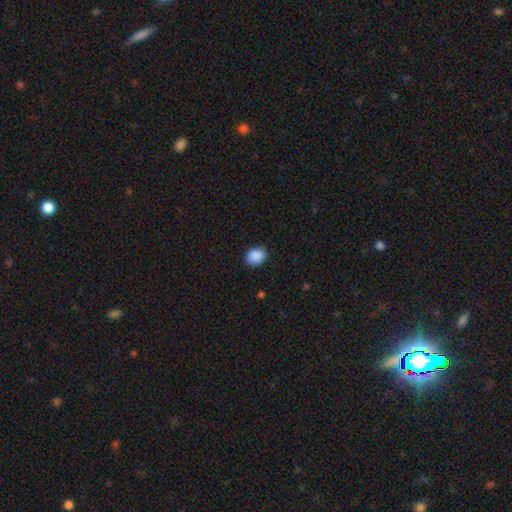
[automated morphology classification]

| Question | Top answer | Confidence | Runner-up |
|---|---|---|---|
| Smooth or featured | smooth | 89% | star or artifact (8%) |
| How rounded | round | 54% | in between (45%) |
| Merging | none | 81% | minor disturbance (15%) |